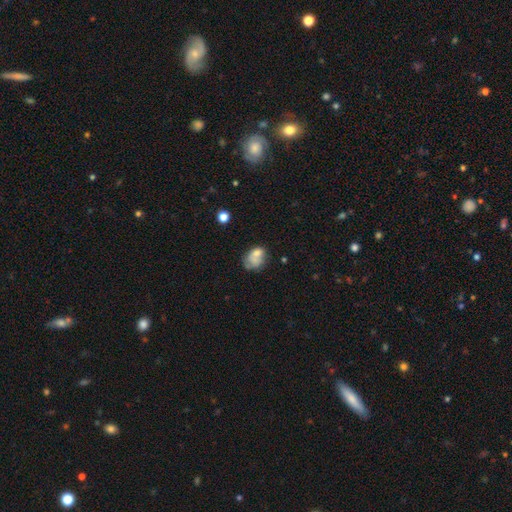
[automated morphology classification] The model was most divided on "merging": none: 35%, minor disturbance: 28%, major disturbance: 21%, merger: 16%. More confident: how rounded — in between (67%); smooth or featured — smooth (62%).